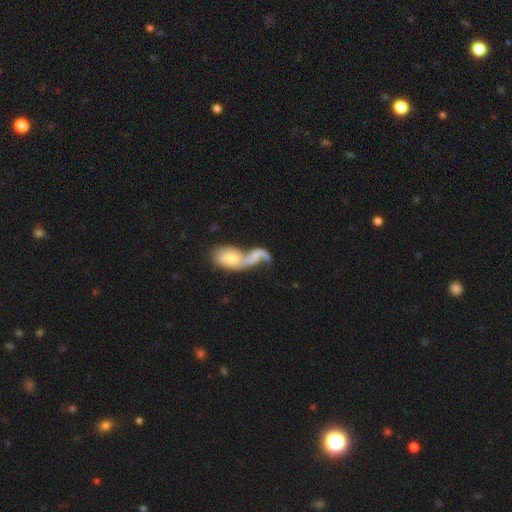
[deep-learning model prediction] This is possibly a featured or disk galaxy (52%). It is clearly not viewed edge-on (93%). Merging: likely merger (77%).